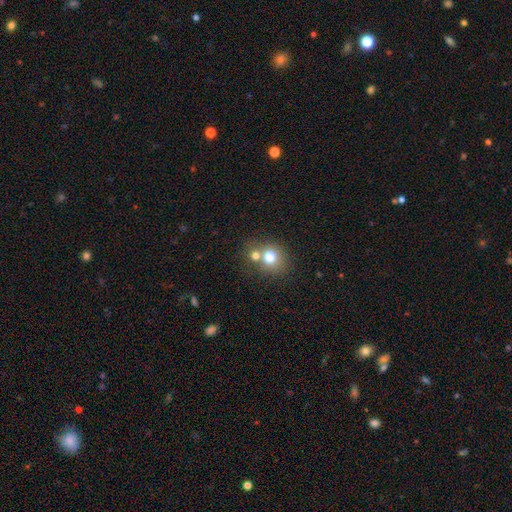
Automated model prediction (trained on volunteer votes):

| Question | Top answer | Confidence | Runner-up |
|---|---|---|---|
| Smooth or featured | smooth | 66% | star or artifact (23%) |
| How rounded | round | 77% | in between (22%) |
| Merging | none | 62% | merger (27%) |